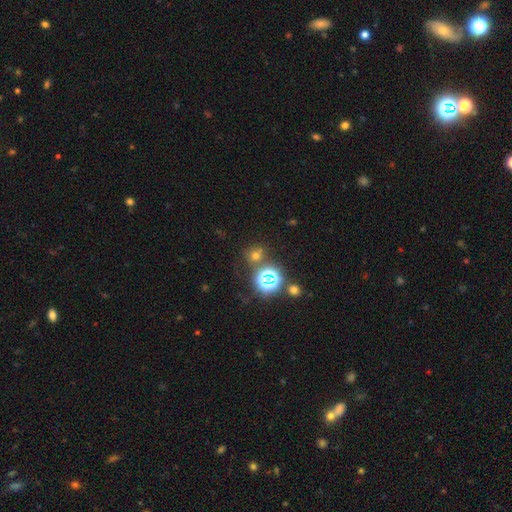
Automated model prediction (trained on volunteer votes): Overall: smooth (53%; star or artifact 39%). How rounded: round (83%). Merging: none (73%).